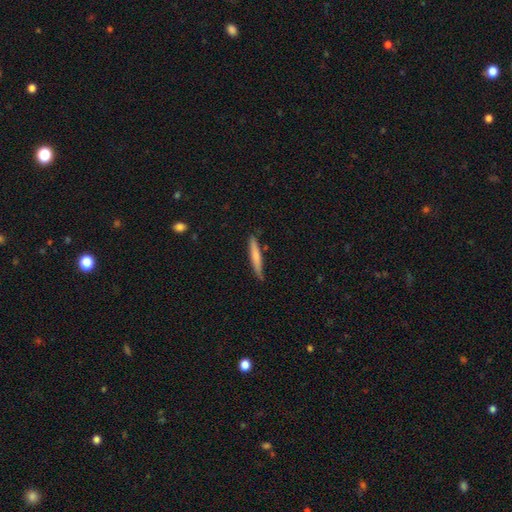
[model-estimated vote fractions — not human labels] Morphology: type=smooth (69%); roundness=cigar-shaped (94%); merging=none (81%).